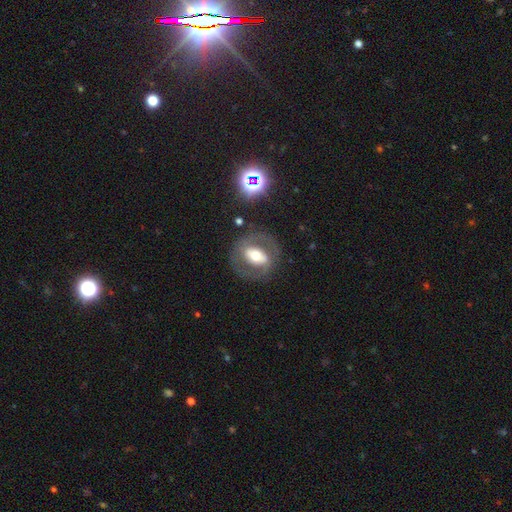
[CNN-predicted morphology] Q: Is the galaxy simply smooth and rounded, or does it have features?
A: featured or disk — 65%.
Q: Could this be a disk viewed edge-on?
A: no — 93%.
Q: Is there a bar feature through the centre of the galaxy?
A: strong — 43%.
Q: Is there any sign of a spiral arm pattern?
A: no — 54%.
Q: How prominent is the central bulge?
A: moderate — 63%.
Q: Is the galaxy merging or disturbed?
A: none — 77%.